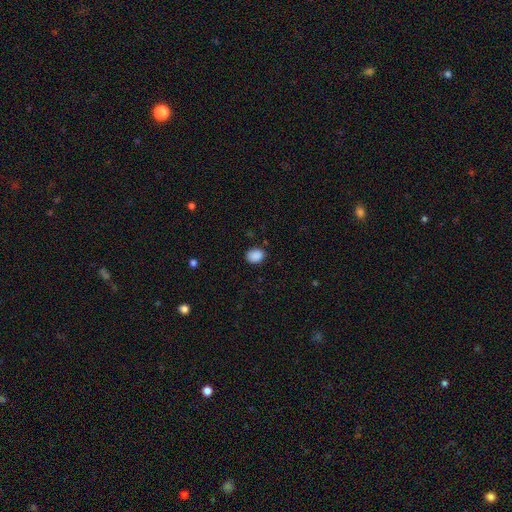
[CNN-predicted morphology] Q: Smooth or featured?
A: smooth (89%); runner-up: star or artifact (9%)
Q: How rounded?
A: in between (59%); runner-up: round (40%)
Q: Merging?
A: none (84%); runner-up: minor disturbance (12%)